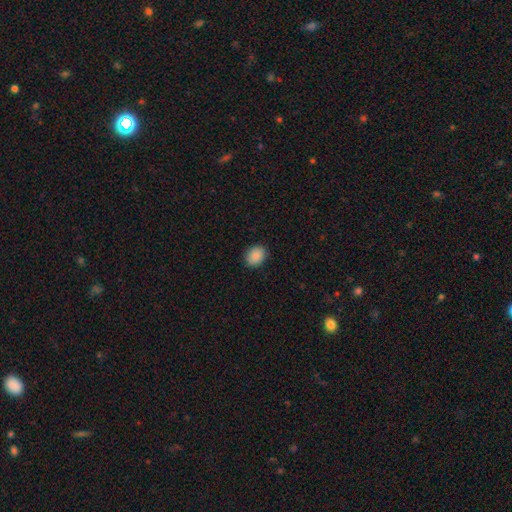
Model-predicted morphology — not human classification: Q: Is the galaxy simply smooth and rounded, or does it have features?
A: smooth — 89%.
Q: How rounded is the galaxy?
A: in between — 53%.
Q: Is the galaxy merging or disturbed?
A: none — 89%.